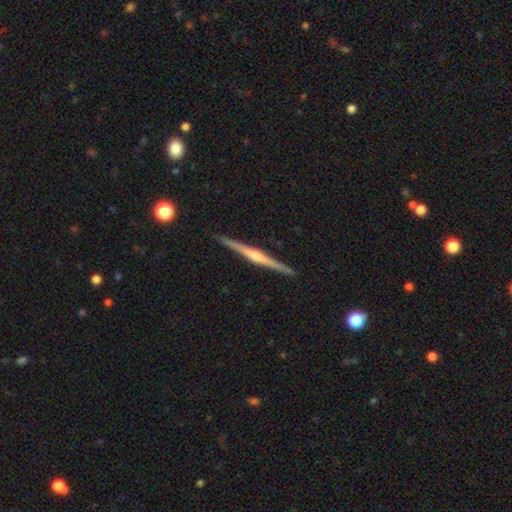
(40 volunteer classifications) A featured or disk galaxy (88%) viewed edge-on (97%) with a rounded central bulge (79%).

Vote fractions:
- Smooth or featured? featured or disk: 88% / smooth: 10% / star or artifact: 2%
- Edge-on disk? yes: 97% / no: 3%
- Edge-on bulge? rounded: 79% / none: 15% / boxy: 6%
- Merging? none: 92% / major disturbance: 5% / merger: 3% / minor disturbance: 0%